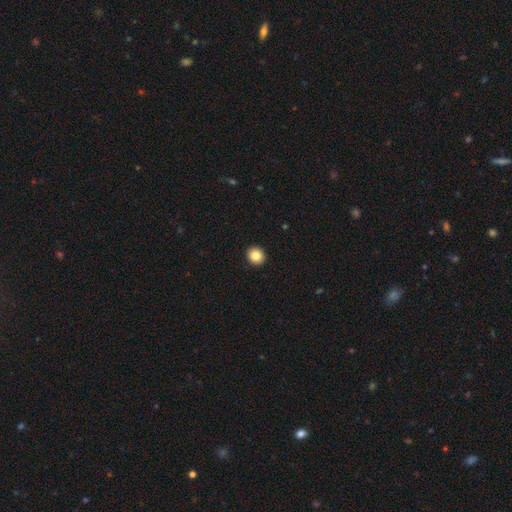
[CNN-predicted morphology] Smooth or featured: smooth — 84% (star or artifact — 9%)
How rounded: round — 88% (in between — 11%)
Merging: none — 93% (minor disturbance — 4%)